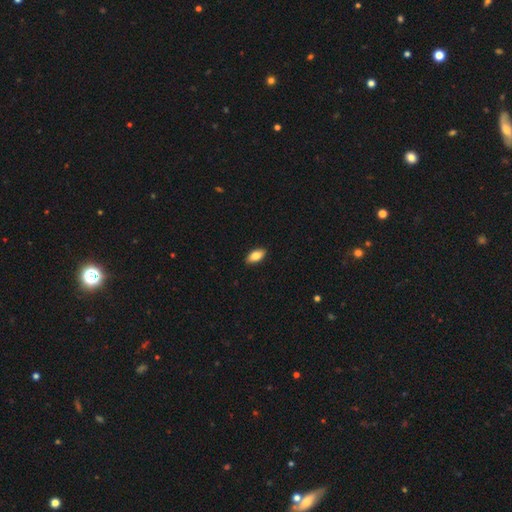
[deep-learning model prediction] This is clearly a smooth galaxy (83%). How rounded: clearly in between (90%). Merging: clearly none (90%).